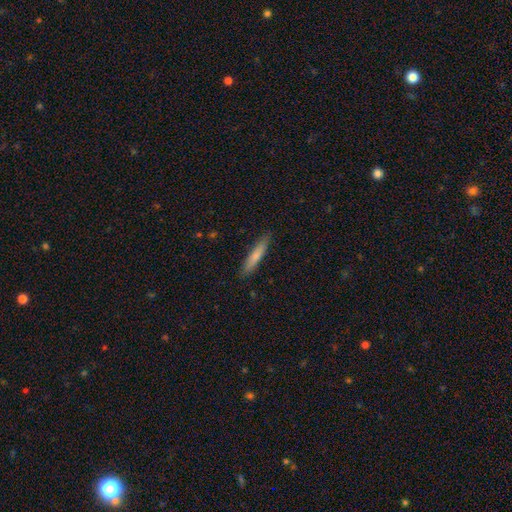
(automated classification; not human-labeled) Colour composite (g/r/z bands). It shows a smooth galaxy with no disk features (74%) that is cigar-shaped (89%). Merging: none (88%).